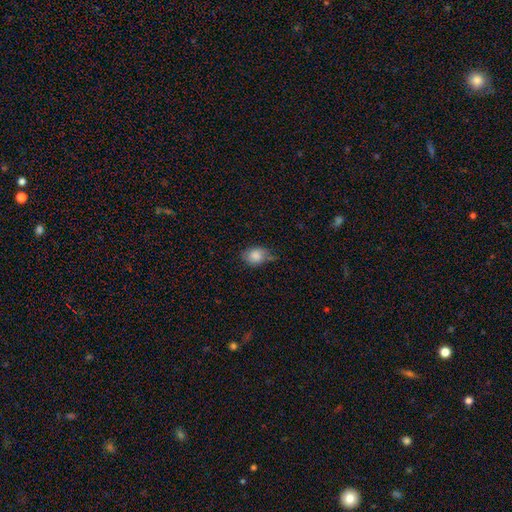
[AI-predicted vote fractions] Overall: smooth (81%). How rounded: in between (68%; round 31%). Merging: none (51%; minor disturbance 37%).